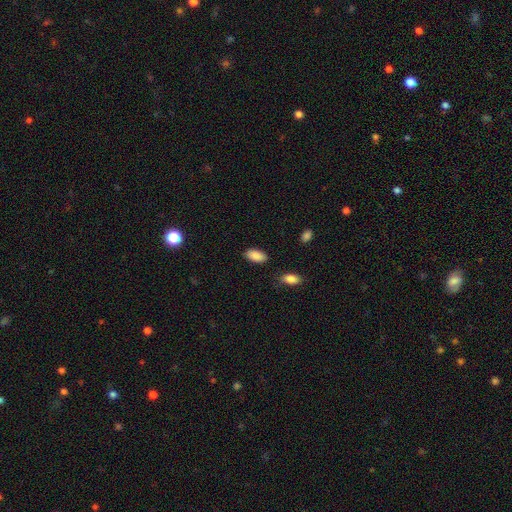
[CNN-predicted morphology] Smooth or featured? Predicted: smooth (p=0.89). How rounded? Predicted: in between (p=0.93). Merging? Predicted: none (p=0.86).